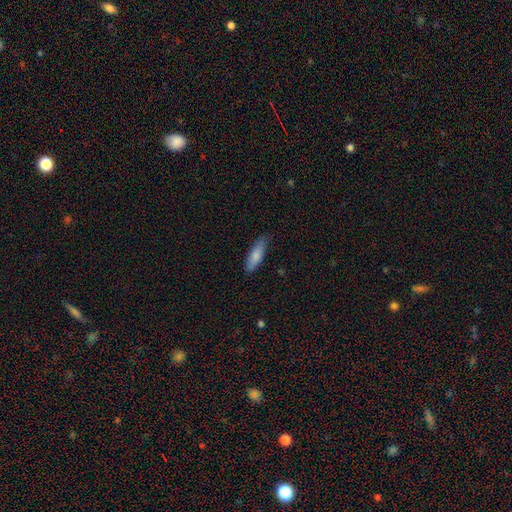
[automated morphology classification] Smooth or featured: smooth — 80% (featured or disk — 14%)
How rounded: cigar-shaped — 51% (in between — 48%)
Merging: none — 76% (minor disturbance — 20%)